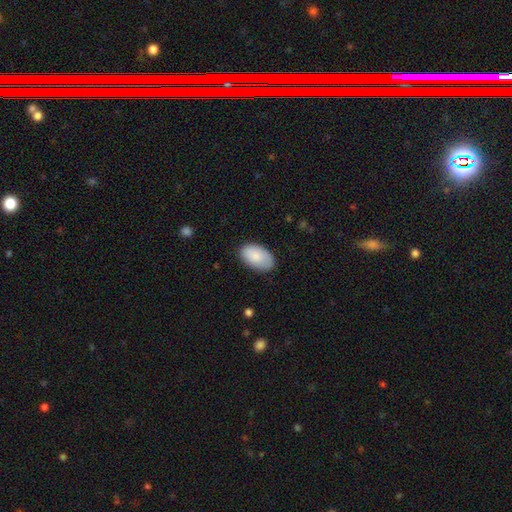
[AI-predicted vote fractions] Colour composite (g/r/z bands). It shows a smooth galaxy with no disk features (87%) that is in between round and cigar-shaped (94%). Merging: none (82%).